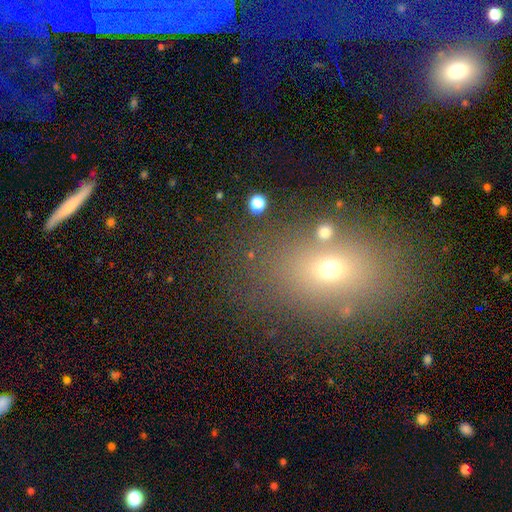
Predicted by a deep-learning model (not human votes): The model was most divided on "how rounded": in between: 65%, round: 32%, cigar-shaped: 2%. More confident: merging — none (77%); smooth or featured — smooth (59%).